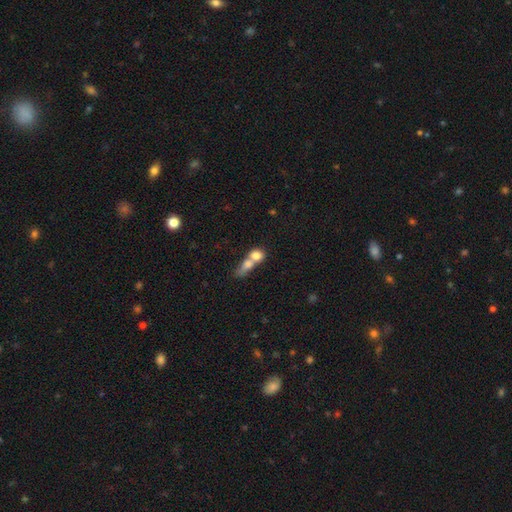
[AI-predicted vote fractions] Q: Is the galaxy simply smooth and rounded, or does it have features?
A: smooth — 71%.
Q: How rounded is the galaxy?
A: round — 49%.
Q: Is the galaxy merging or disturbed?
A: merger — 72%.